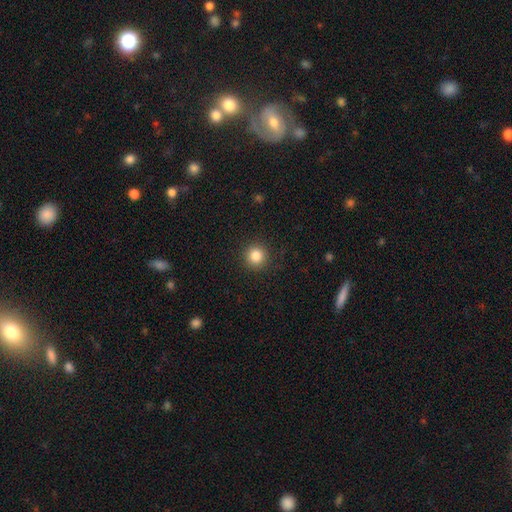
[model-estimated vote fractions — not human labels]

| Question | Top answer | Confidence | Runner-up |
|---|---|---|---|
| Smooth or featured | smooth | 84% | star or artifact (11%) |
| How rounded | round | 94% | in between (5%) |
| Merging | none | 91% | minor disturbance (6%) |